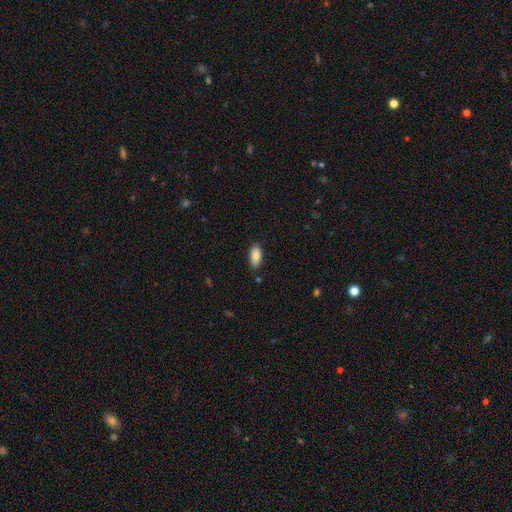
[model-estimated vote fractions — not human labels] This appears to be a smooth galaxy with no disk features (85%) that is in between round and cigar-shaped (91%). Merging: none (86%).